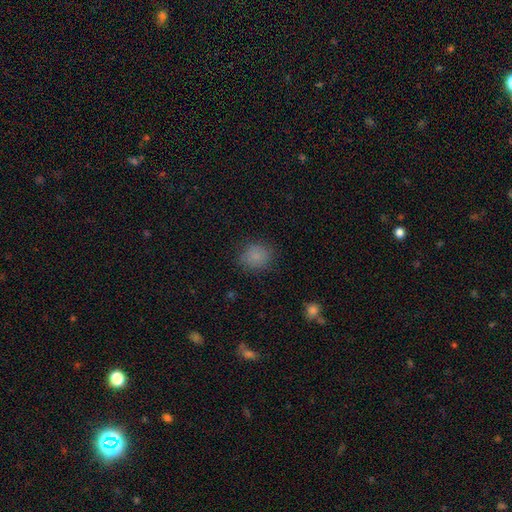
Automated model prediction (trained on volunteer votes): Morphology: type=smooth (83%); roundness=round (72%); merging=none (82%).